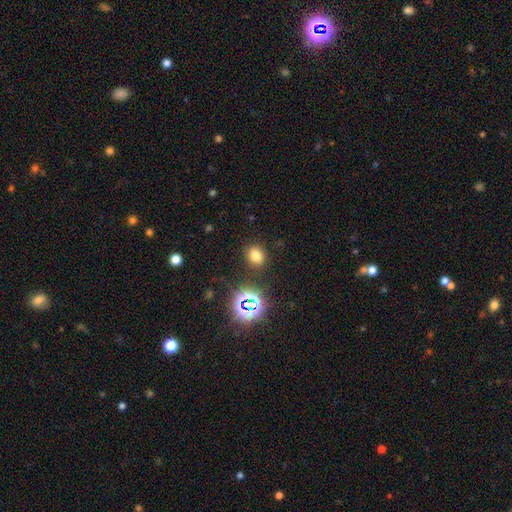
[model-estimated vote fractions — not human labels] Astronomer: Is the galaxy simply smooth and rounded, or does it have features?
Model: smooth — 71%.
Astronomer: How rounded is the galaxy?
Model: round — 50% (runner-up: in between, 49%).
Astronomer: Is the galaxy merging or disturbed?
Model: none — 85%.